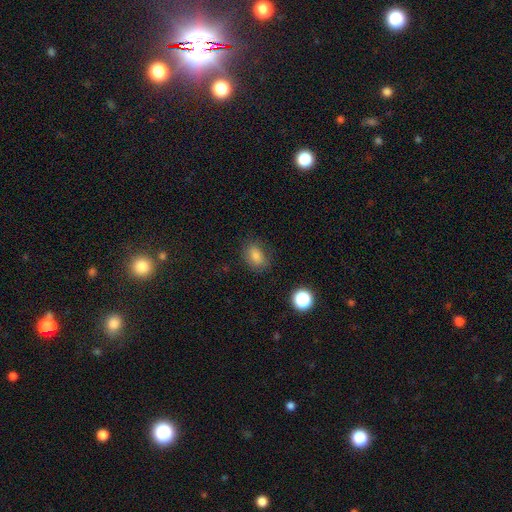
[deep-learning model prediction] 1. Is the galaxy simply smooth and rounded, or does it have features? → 80% smooth, 13% star or artifact, 7% featured or disk.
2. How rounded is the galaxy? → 71% in between, 27% round, 2% cigar-shaped.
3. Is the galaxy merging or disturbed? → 79% none, 15% minor disturbance, 4% major disturbance, 2% merger.